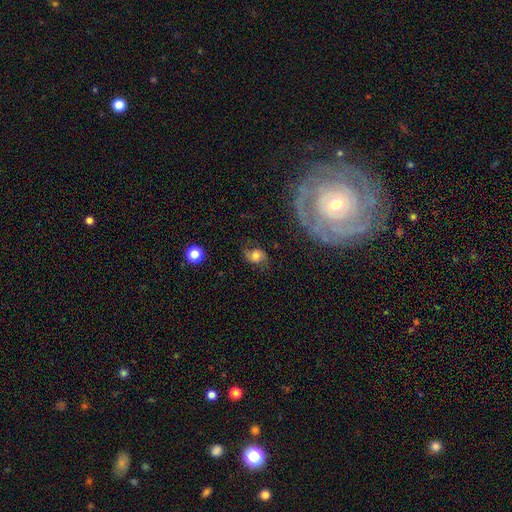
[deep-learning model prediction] Overall: featured or disk (45%; smooth 44%). Merging: none (62%).